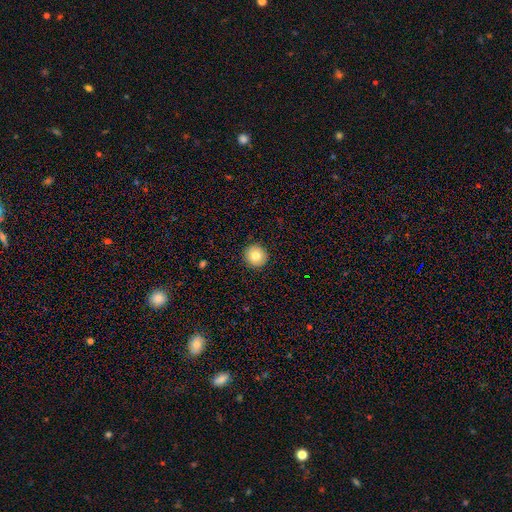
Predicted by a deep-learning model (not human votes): Smooth or featured? smooth (80%)
How rounded? round (94%)
Merging? none (92%)